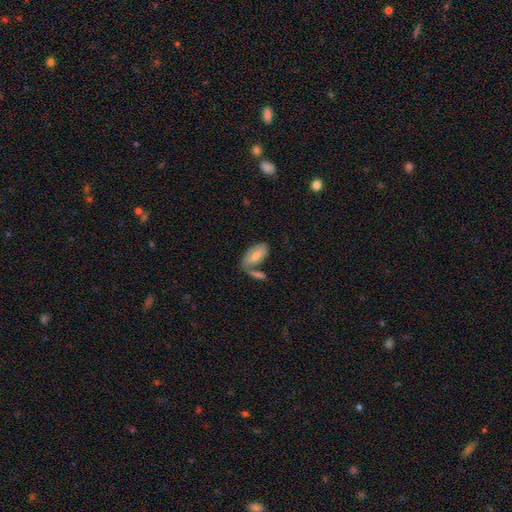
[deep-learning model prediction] The model was most divided on "merging": none: 51%, merger: 26%, minor disturbance: 16%, major disturbance: 7%. More confident: how rounded — in between (91%); smooth or featured — smooth (59%).